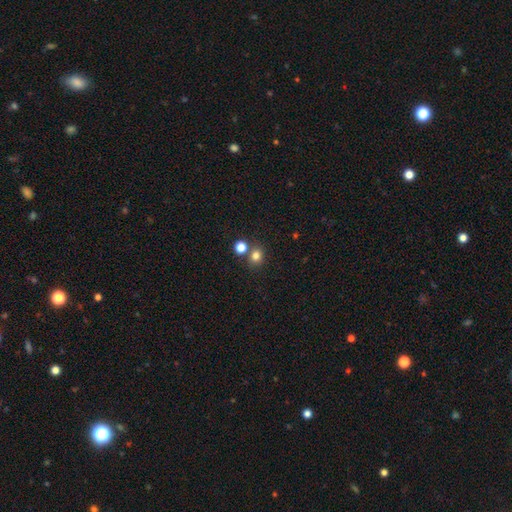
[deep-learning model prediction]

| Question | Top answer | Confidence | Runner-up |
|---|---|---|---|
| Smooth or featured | smooth | 79% | star or artifact (15%) |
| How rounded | round | 79% | in between (20%) |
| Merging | none | 70% | merger (20%) |